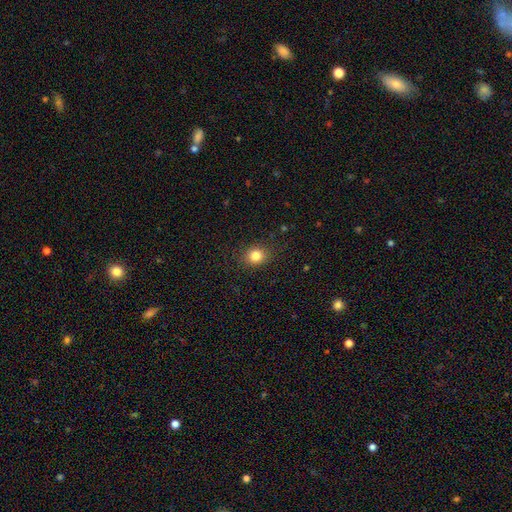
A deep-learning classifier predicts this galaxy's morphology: Overall: smooth (83%). How rounded: round (69%; in between 30%). Merging: none (86%).